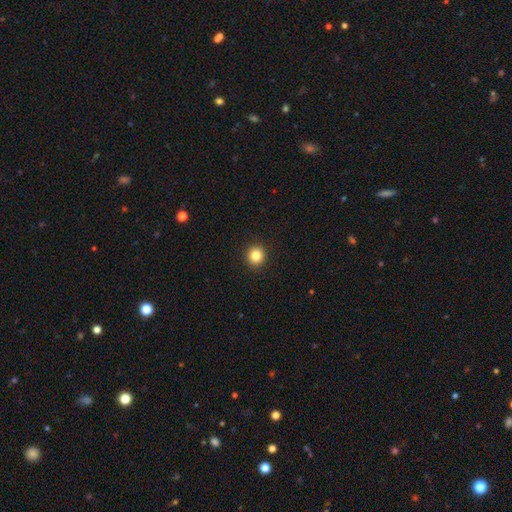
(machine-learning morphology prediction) smooth 84%, star or artifact 11%, featured or disk 5%. Down the decision tree: how rounded — round (92%); merging — none (93%).